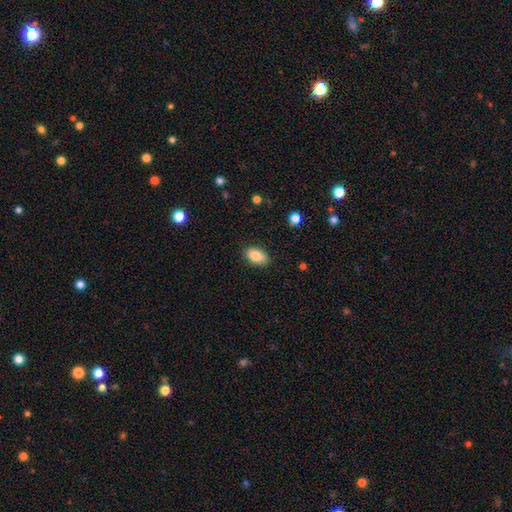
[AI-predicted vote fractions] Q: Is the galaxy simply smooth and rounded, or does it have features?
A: smooth — 86%.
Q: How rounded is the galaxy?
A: in between — 92%.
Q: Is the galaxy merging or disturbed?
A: none — 86%.